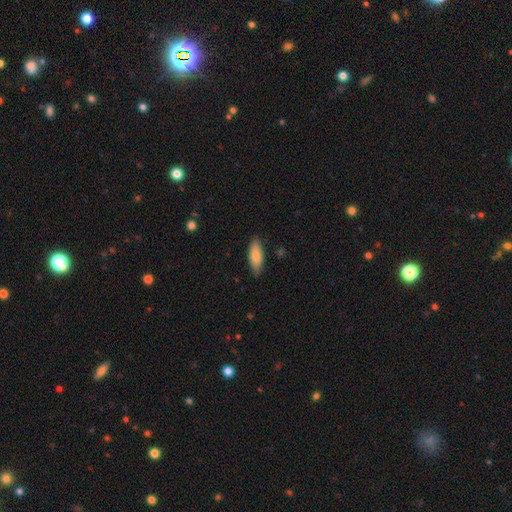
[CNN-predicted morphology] Smooth or featured? smooth (84%)
How rounded? in between (66%)
Merging? none (82%)